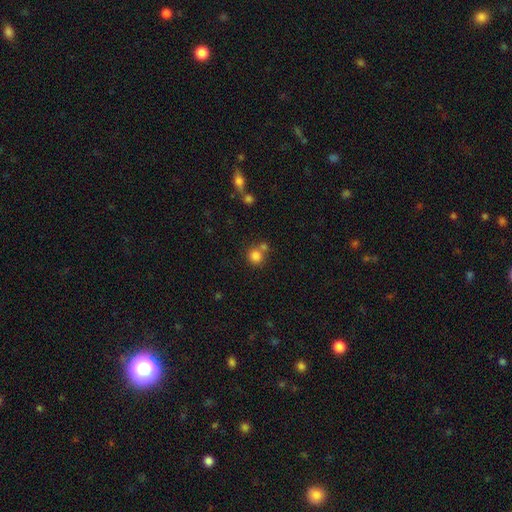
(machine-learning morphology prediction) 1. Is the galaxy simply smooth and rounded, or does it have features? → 81% smooth, 12% star or artifact, 7% featured or disk.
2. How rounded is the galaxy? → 88% round, 11% in between, 1% cigar-shaped.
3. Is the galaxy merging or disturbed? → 56% none, 31% merger, 9% minor disturbance, 4% major disturbance.